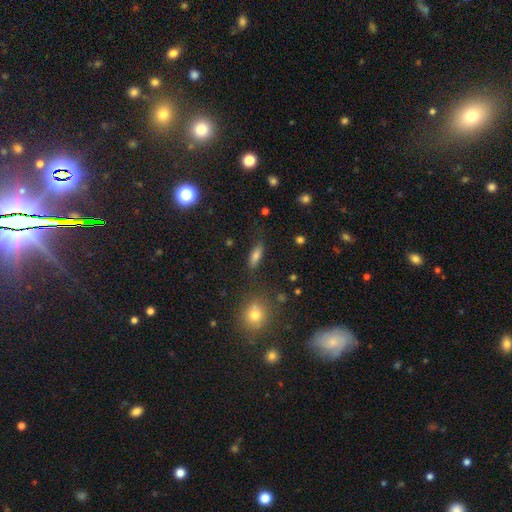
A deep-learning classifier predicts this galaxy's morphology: Q: Smooth or featured?
A: smooth (64%); runner-up: featured or disk (22%)
Q: How rounded?
A: in between (49%); runner-up: cigar-shaped (45%)
Q: Merging?
A: none (78%); runner-up: minor disturbance (14%)